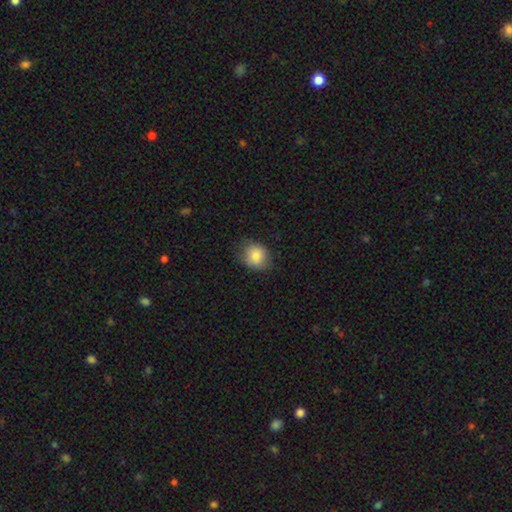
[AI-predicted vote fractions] A smooth galaxy with no disk features (82%) that is round (69%). Merging: none (78%).